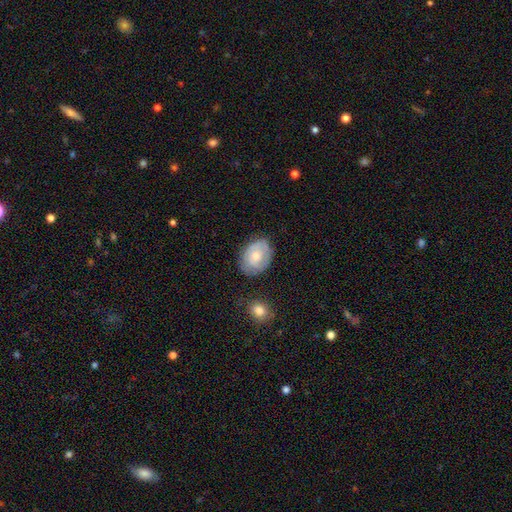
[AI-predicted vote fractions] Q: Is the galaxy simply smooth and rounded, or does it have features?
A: smooth — 48%.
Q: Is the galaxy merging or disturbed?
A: none — 72%.